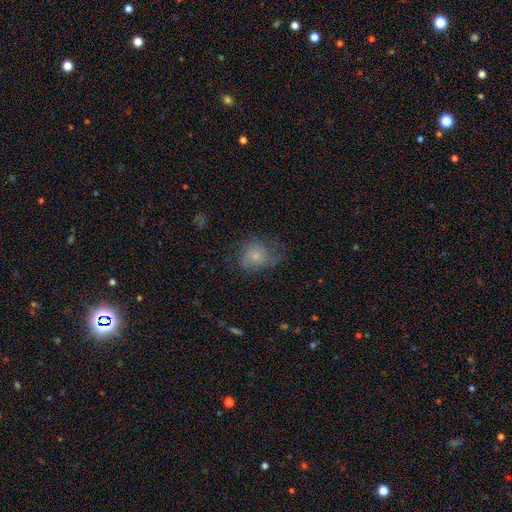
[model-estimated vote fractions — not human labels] smooth 63%, featured or disk 26%, star or artifact 11%. Down the decision tree: how rounded — round (58%); merging — none (48%).